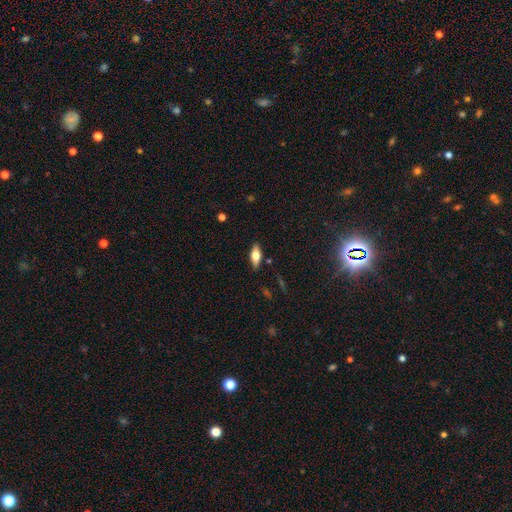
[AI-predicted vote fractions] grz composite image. It shows a smooth galaxy with no disk features (63%) that is in between round and cigar-shaped (76%). Merging: none (86%).